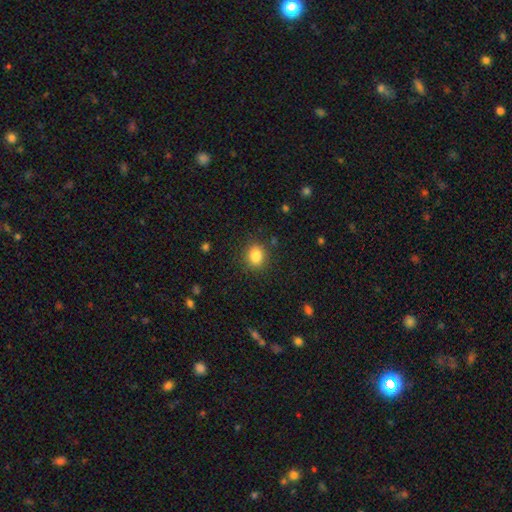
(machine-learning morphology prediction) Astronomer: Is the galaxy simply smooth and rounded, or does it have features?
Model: smooth — 85%.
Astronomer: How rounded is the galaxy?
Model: round — 62%.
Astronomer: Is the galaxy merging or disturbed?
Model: none — 86%.